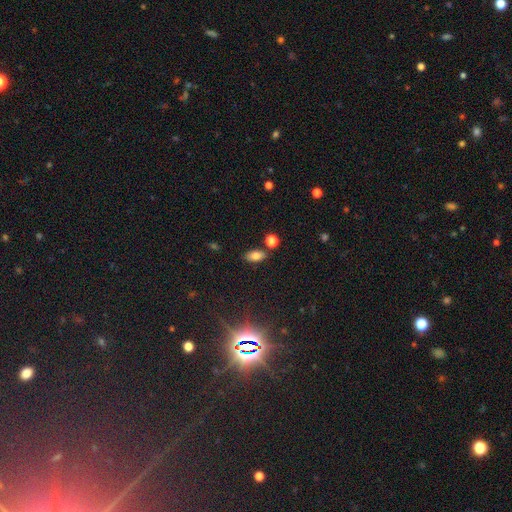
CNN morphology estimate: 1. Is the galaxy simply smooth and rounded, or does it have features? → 78% smooth, 12% star or artifact, 10% featured or disk.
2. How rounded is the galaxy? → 89% in between, 6% cigar-shaped, 6% round.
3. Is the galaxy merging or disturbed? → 80% none, 11% minor disturbance, 7% merger, 3% major disturbance.